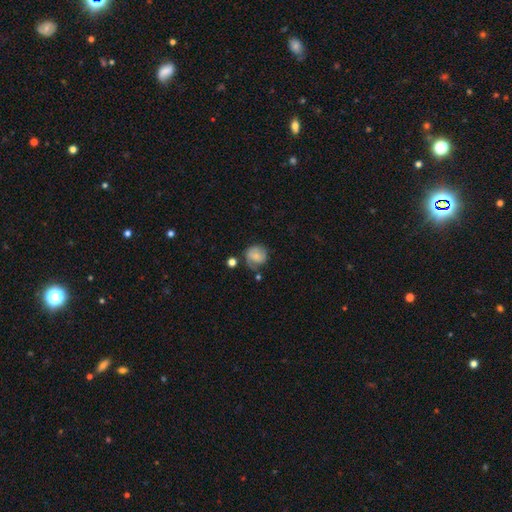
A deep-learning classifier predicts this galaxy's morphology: A smooth galaxy with no disk features (56%) that is round (81%).

Vote fractions:
- Smooth or featured? smooth: 56% / featured or disk: 35% / star or artifact: 9%
- How rounded? round: 81% / in between: 18% / cigar-shaped: 1%
- Merging? none: 54% / minor disturbance: 26% / major disturbance: 12% / merger: 8%